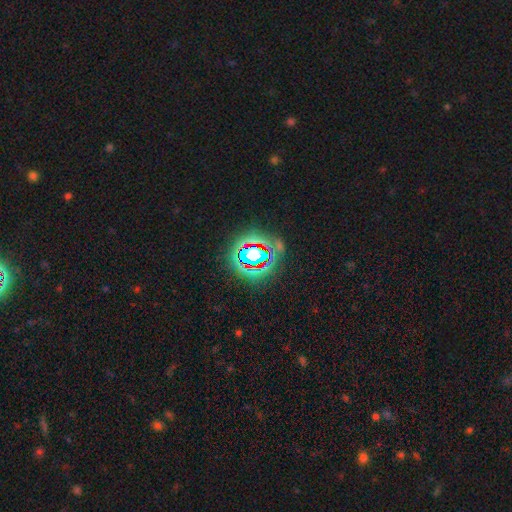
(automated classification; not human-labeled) This is likely a star or artifact rather than a galaxy (68%).